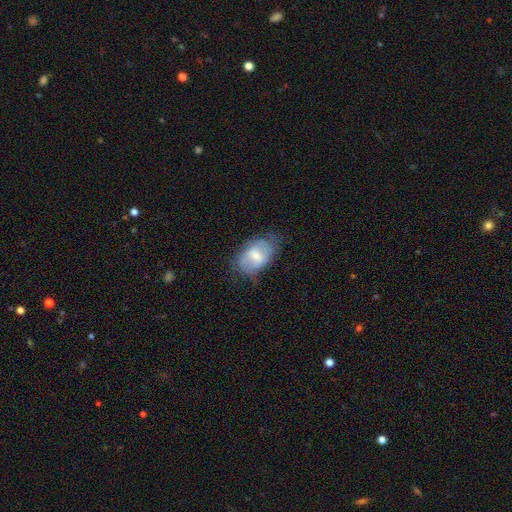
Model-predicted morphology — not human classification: The model was most divided on "smooth or featured": smooth: 47%, featured or disk: 45%, star or artifact: 7%. More confident: merging — none (54%).